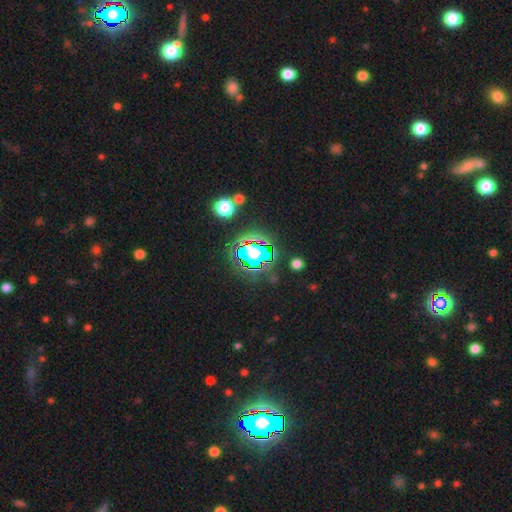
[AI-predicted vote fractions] Overall: star or artifact (67%).